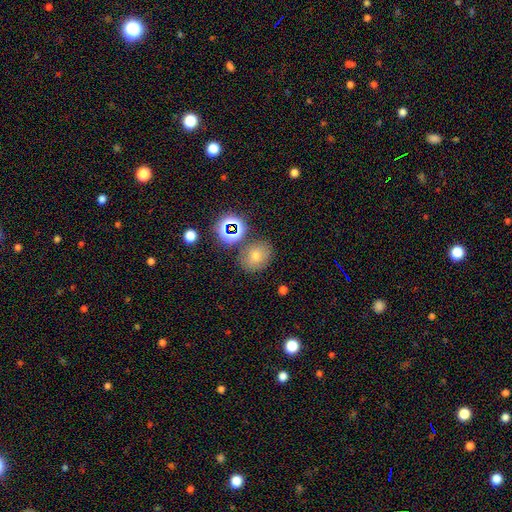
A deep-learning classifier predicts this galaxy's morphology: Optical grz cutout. It shows a smooth galaxy with no disk features (58%) that is round (52%). Merging: none (76%).